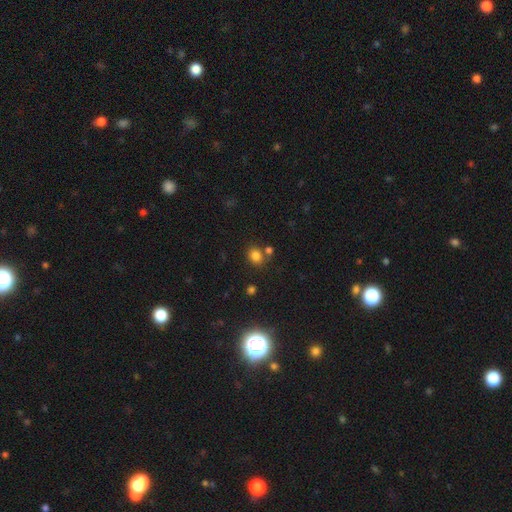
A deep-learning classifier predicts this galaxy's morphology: smooth_or_featured: smooth (p=0.80) [alt: star or artifact p=0.14]
how_rounded: round (p=0.62) [alt: in between p=0.37]
merging: none (p=0.70) [alt: merger p=0.16]